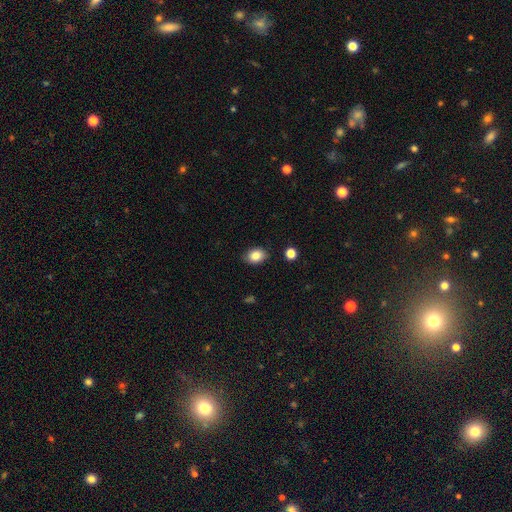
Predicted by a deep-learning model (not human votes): smooth 84%, star or artifact 9%, featured or disk 7%. Down the decision tree: how rounded — in between (69%); merging — none (86%).